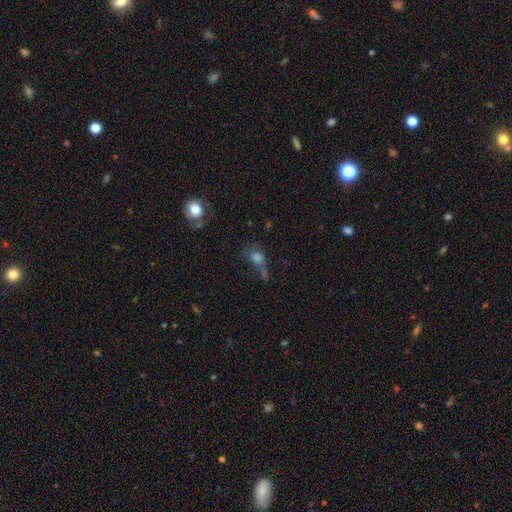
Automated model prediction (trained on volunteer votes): Smooth or featured: smooth — 47% (star or artifact — 27%)
Merging: none — 34% (major disturbance — 33%)